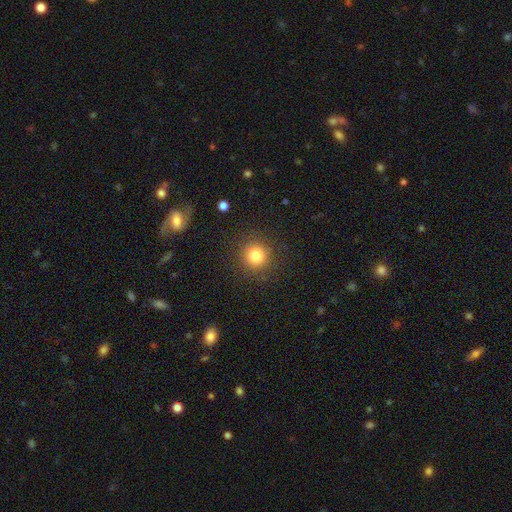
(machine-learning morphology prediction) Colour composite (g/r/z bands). It shows a smooth galaxy with no disk features (80%) that is round (93%). Merging: none (89%).